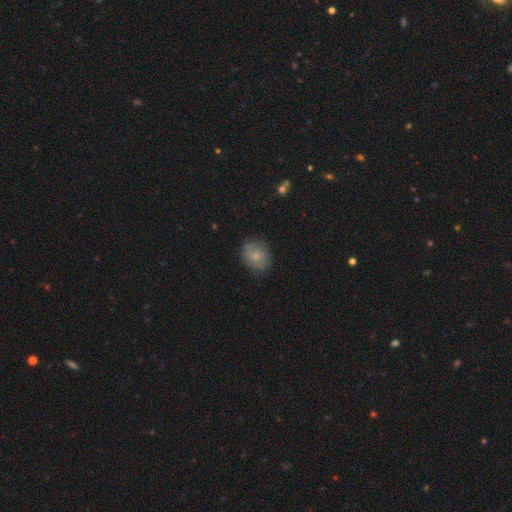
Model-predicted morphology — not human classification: A smooth galaxy with no disk features (67%) that is round (55%).

Vote fractions:
- Smooth or featured? smooth: 67% / featured or disk: 24% / star or artifact: 9%
- How rounded? round: 55% / in between: 44% / cigar-shaped: 1%
- Merging? none: 72% / minor disturbance: 21% / major disturbance: 5% / merger: 1%